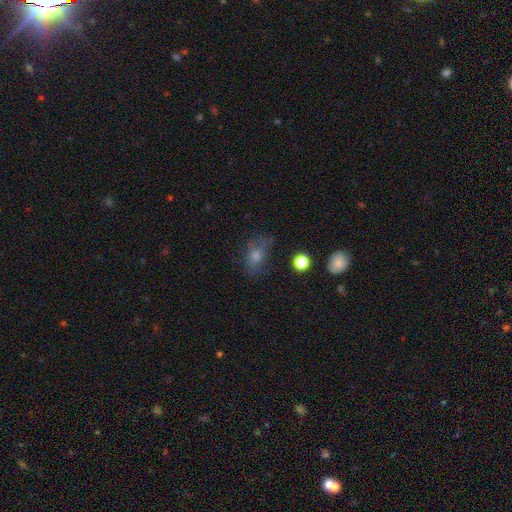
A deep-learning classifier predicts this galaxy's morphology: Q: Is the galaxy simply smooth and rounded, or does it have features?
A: smooth — 57%.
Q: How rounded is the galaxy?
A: in between — 72%.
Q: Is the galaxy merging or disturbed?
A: none — 60%.